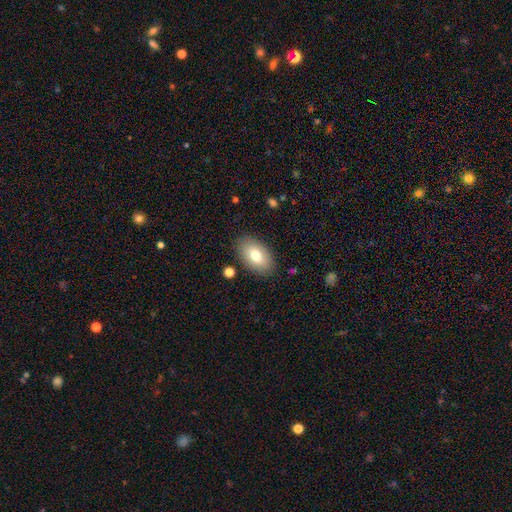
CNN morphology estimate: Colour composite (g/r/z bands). It shows a smooth galaxy with no disk features (76%) that is in between round and cigar-shaped (93%). Merging: none (86%).